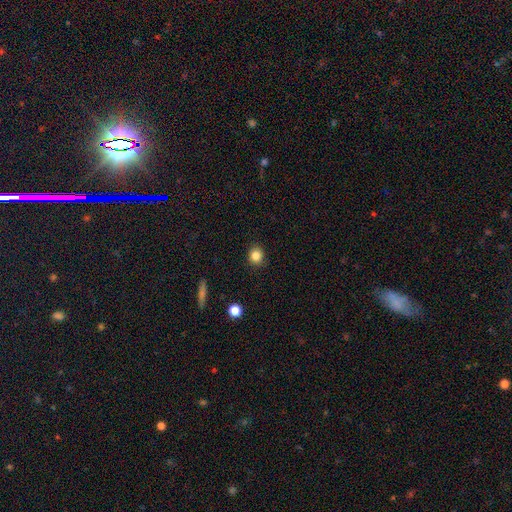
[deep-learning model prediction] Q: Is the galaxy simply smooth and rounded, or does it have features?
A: smooth — 84%.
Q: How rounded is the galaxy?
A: round — 85%.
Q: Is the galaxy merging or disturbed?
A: none — 90%.